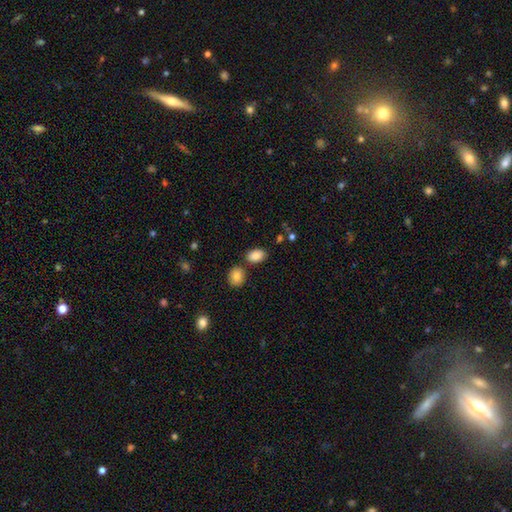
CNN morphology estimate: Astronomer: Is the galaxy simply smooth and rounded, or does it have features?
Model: smooth — 86%.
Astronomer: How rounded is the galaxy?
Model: in between — 87%.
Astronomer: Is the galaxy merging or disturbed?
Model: none — 75%.